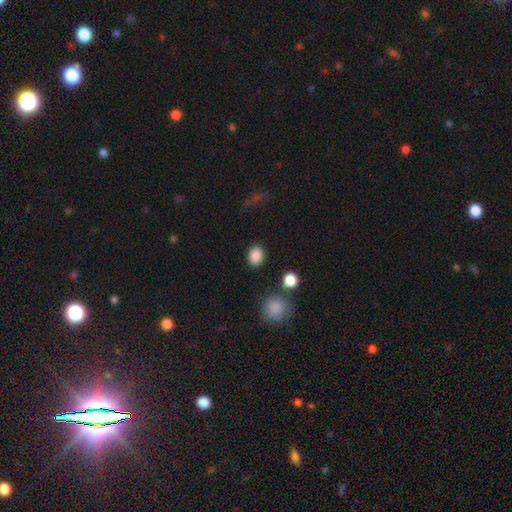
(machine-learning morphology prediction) smooth-or-featured: smooth: 87% | star or artifact: 9% | featured or disk: 4%
  how-rounded: in between: 60% | round: 39% | cigar-shaped: 1%
  merging: none: 86% | minor disturbance: 8% | major disturbance: 3% | merger: 3%